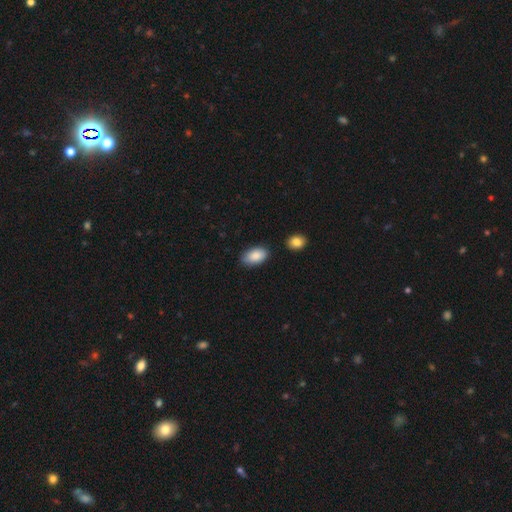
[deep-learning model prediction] This appears to be a smooth galaxy with no disk features (89%) that is in between round and cigar-shaped (94%). Merging: none (81%).